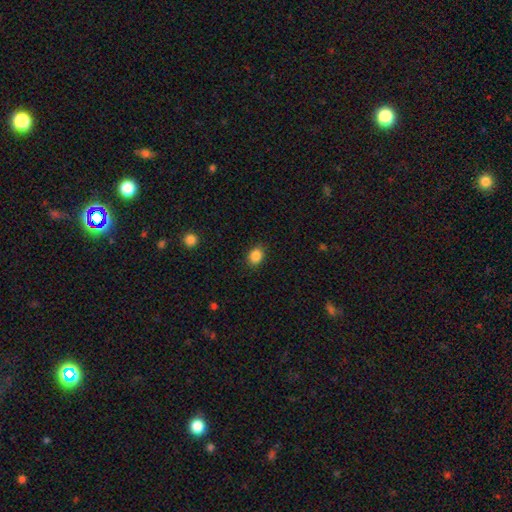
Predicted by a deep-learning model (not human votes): smooth 86%, star or artifact 10%, featured or disk 4%. Down the decision tree: how rounded — in between (59%); merging — none (87%).